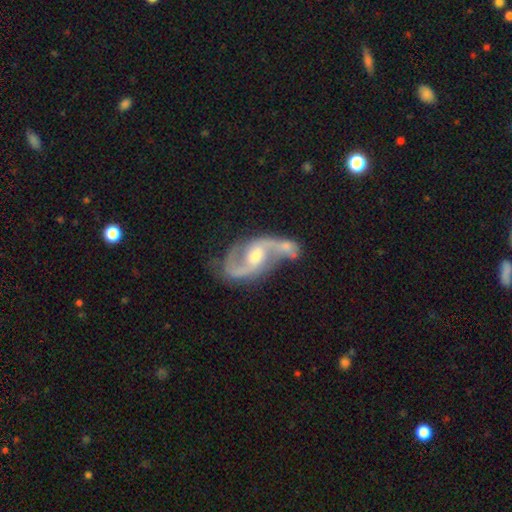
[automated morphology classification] The model was most divided on "spiral winding": loose: 46%, medium: 44%, tight: 10%. Remaining: edge-on disk — no (97%); spiral arms — yes (96%); spiral arm count — 2 (91%); smooth or featured — featured or disk (89%); bulge size — moderate (59%); bar — weak (48%); merging — none (38%).